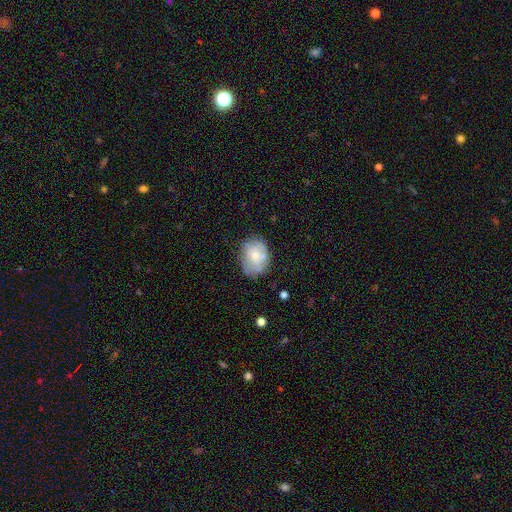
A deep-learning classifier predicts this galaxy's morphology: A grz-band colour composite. It shows a smooth galaxy with no disk features (54%) that is in between round and cigar-shaped (67%). Merging: none (63%).